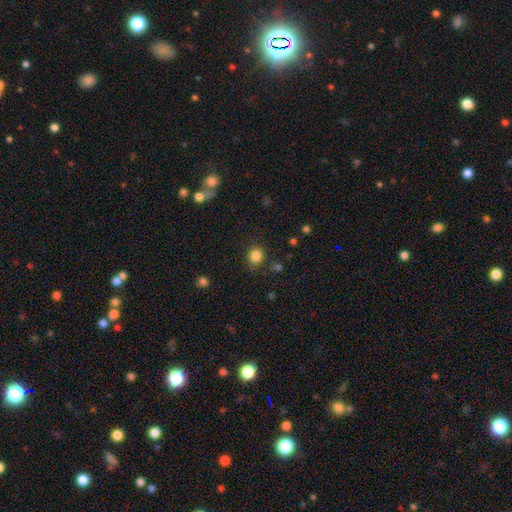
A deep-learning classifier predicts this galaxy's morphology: Smooth or featured: smooth — 83% (star or artifact — 12%)
How rounded: round — 73% (in between — 26%)
Merging: none — 83% (minor disturbance — 11%)